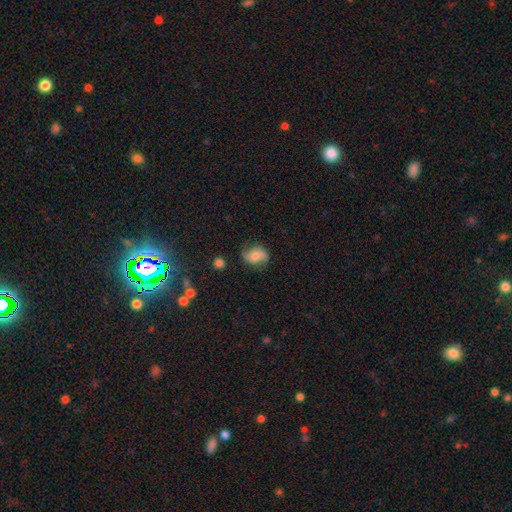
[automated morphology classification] A featured or disk galaxy (45%, tied with smooth). Merging: none (71%).